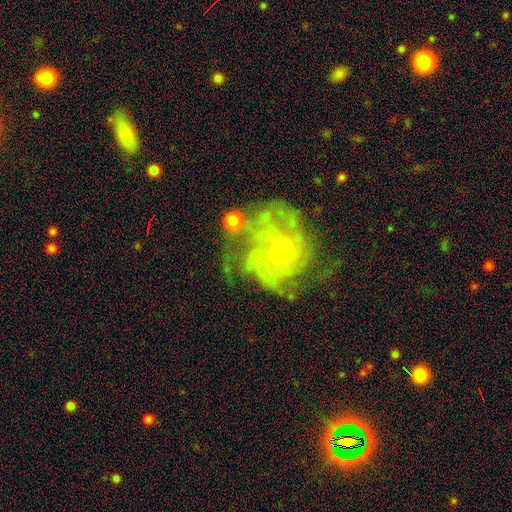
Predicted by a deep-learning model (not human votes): This appears to be a featured or disk galaxy (74%) with no bar (75%), tight (48%) spiral arms (85%) and a small central bulge (69%). Merging: none (40%).